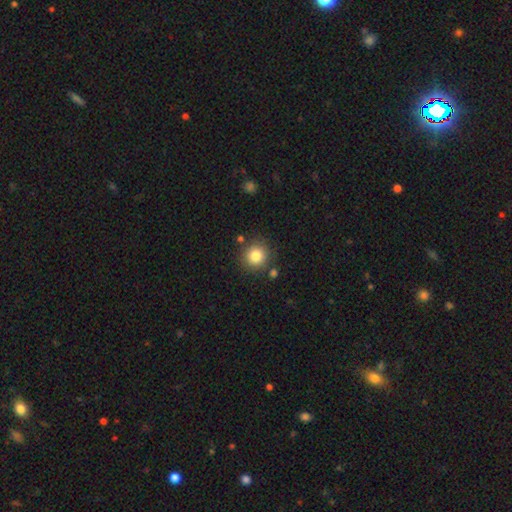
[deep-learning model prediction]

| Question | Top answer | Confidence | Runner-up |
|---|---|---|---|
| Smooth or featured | smooth | 82% | star or artifact (11%) |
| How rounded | round | 93% | in between (6%) |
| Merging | none | 83% | minor disturbance (8%) |